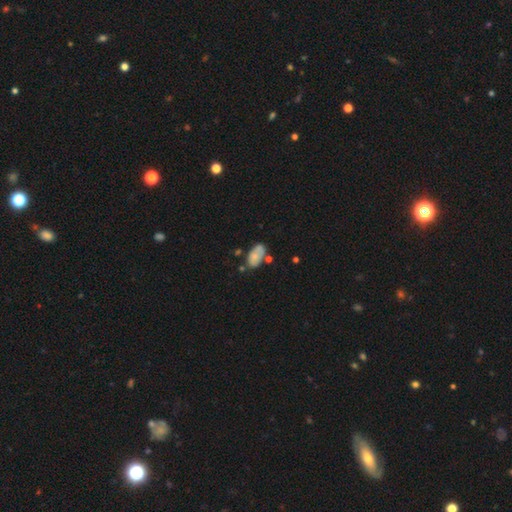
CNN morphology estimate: smooth 70%, featured or disk 22%, star or artifact 8%. Down the decision tree: how rounded — in between (93%); merging — none (55%).